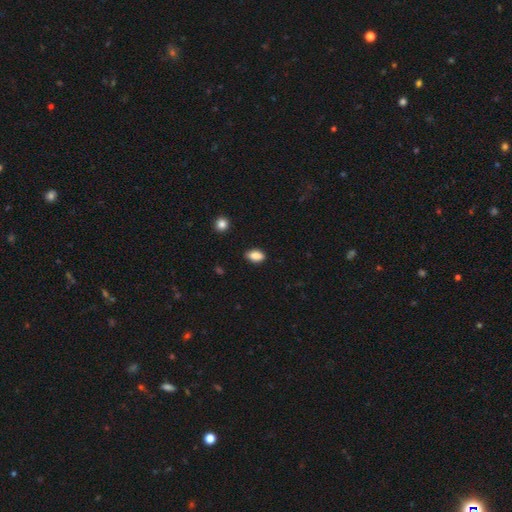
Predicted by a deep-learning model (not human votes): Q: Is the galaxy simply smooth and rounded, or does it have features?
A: smooth — 87%.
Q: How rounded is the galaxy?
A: in between — 89%.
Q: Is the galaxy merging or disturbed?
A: none — 85%.